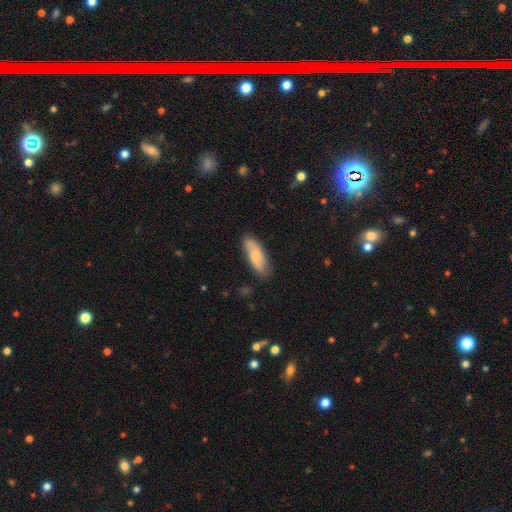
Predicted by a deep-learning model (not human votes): Q: Smooth or featured?
A: smooth (64%); runner-up: featured or disk (30%)
Q: How rounded?
A: in between (69%); runner-up: cigar-shaped (29%)
Q: Merging?
A: none (79%); runner-up: minor disturbance (17%)